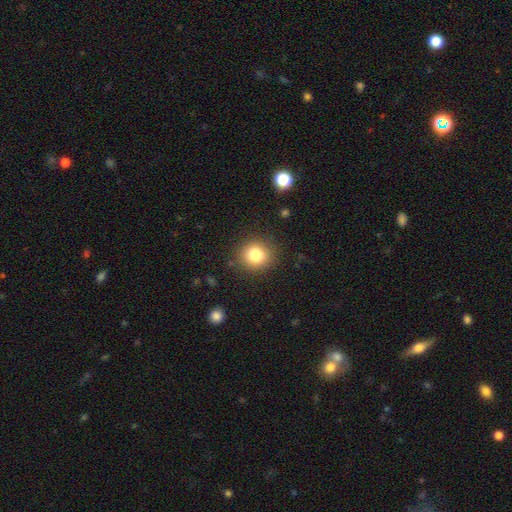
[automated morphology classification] Smooth or featured?
  - smooth: 81% *
  - star or artifact: 11%
  - featured or disk: 8%
How rounded?
  - round: 86% *
  - in between: 13%
  - cigar-shaped: 1%
Merging?
  - none: 87% *
  - minor disturbance: 8%
  - major disturbance: 3%
  - merger: 1%